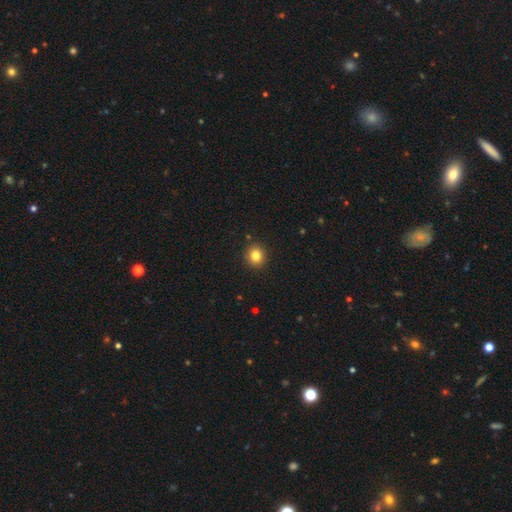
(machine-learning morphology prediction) Overall: smooth (83%). How rounded: round (83%). Merging: none (90%).